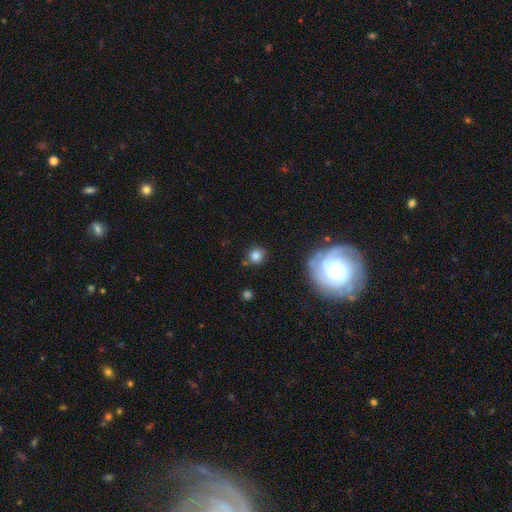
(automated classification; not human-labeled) smooth-or-featured: smooth: 78% | star or artifact: 14% | featured or disk: 8%
  how-rounded: round: 87% | in between: 11% | cigar-shaped: 1%
  merging: none: 81% | minor disturbance: 11% | merger: 4% | major disturbance: 4%